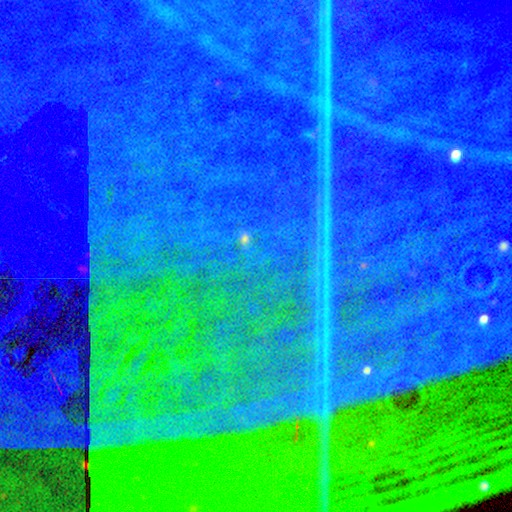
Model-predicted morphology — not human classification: type=star or artifact (89%).